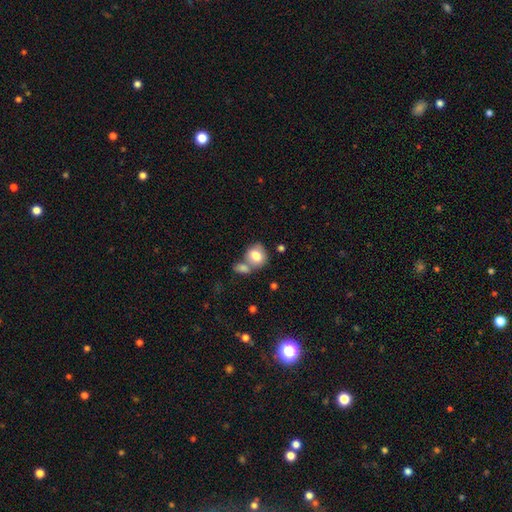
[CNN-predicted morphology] A smooth galaxy with no disk features (79%) that is round (63%).

Vote fractions:
- Smooth or featured? smooth: 79% / featured or disk: 14% / star or artifact: 8%
- How rounded? round: 63% / in between: 36% / cigar-shaped: 1%
- Merging? none: 42% / merger: 40% / minor disturbance: 13% / major disturbance: 5%